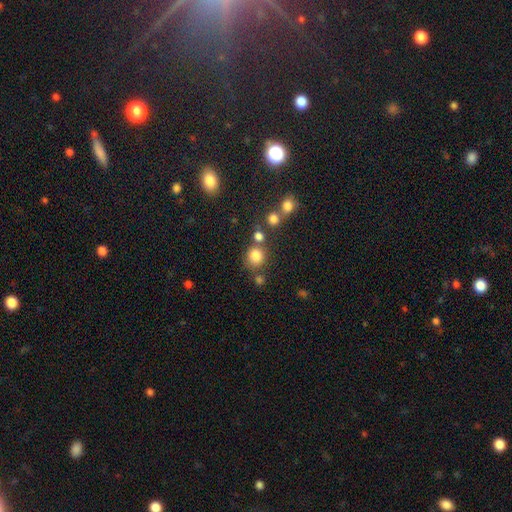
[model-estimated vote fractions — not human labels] smooth 80%, star or artifact 14%, featured or disk 7%. Down the decision tree: how rounded — round (86%); merging — none (67%).